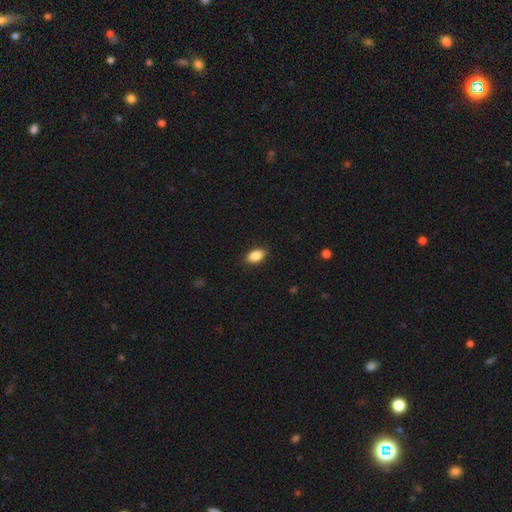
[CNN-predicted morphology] smooth-or-featured: smooth: 87% | star or artifact: 7% | featured or disk: 5%
  how-rounded: in between: 91% | round: 5% | cigar-shaped: 4%
  merging: none: 88% | minor disturbance: 9% | major disturbance: 2% | merger: 1%